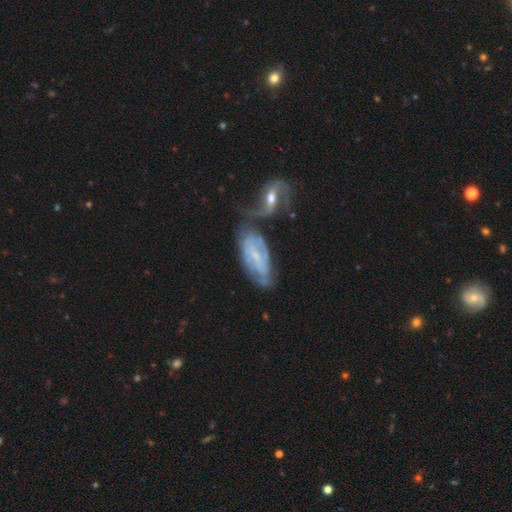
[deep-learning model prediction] This is likely a featured or disk galaxy (75%). It is clearly not viewed edge-on (91%). Bar: marginally weak (45%). Spiral arm pattern: clearly yes (85%). Spiral arm count: possibly 2 (46%). Spiral winding: marginally tight (43%). Central bulge: likely small (71%). Merging: marginally none (38%).